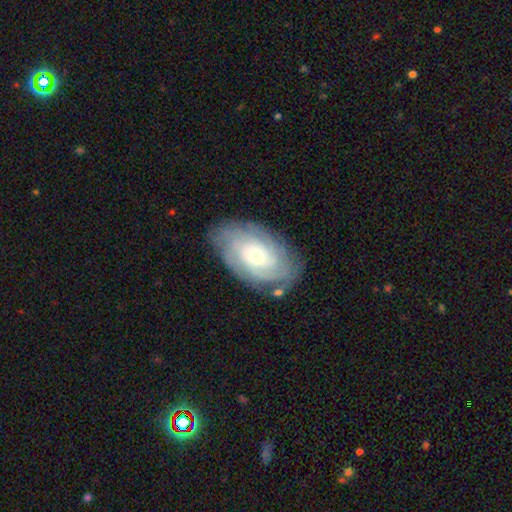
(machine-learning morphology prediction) Smooth or featured: featured or disk — 74% (smooth — 19%)
Edge-on disk: no — 95% (yes — 5%)
Bar: no — 79% (weak — 18%)
Spiral arms: yes — 90% (no — 10%)
Spiral winding: tight — 73% (medium — 21%)
Spiral arm count: can't tell — 46% (4 — 16%)
Bulge size: small — 62% (moderate — 32%)
Merging: none — 77% (minor disturbance — 16%)